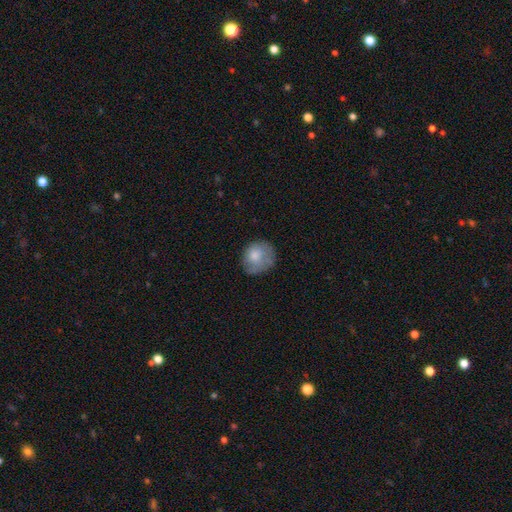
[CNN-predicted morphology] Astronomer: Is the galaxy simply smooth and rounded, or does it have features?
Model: smooth — 77%.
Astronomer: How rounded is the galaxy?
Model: round — 75%.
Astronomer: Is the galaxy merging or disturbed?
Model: none — 65%.